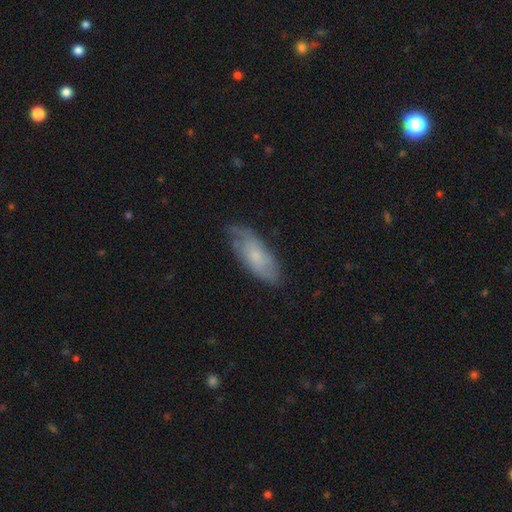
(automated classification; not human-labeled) Smooth or featured: smooth — 51% (featured or disk — 42%)
How rounded: in between — 74% (cigar-shaped — 24%)
Merging: none — 68% (minor disturbance — 24%)